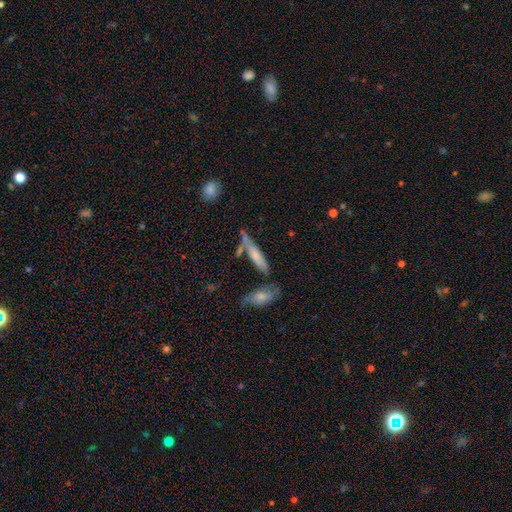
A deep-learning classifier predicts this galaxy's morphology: Smooth or featured? Predicted: smooth (p=0.66). How rounded? Predicted: cigar-shaped (p=0.75). Merging? Predicted: none (p=0.53).